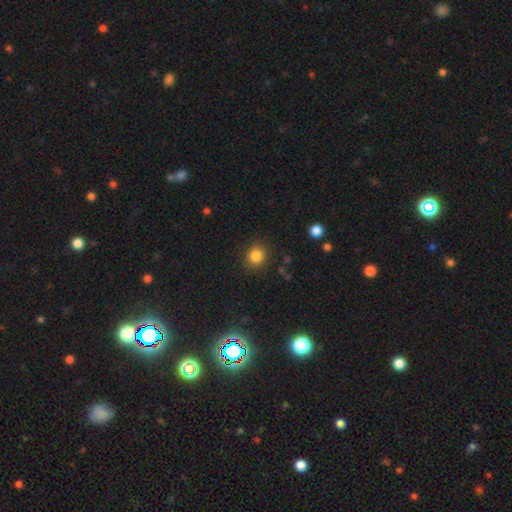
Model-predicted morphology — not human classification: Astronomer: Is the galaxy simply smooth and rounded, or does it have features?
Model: smooth — 84%.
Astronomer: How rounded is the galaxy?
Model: round — 82%.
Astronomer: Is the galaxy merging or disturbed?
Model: none — 87%.